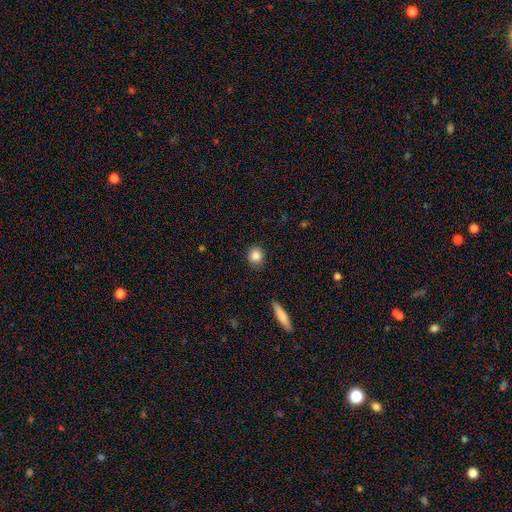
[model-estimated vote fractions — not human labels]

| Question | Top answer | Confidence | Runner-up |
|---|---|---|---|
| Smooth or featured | smooth | 86% | star or artifact (9%) |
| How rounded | round | 80% | in between (18%) |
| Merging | none | 88% | minor disturbance (9%) |